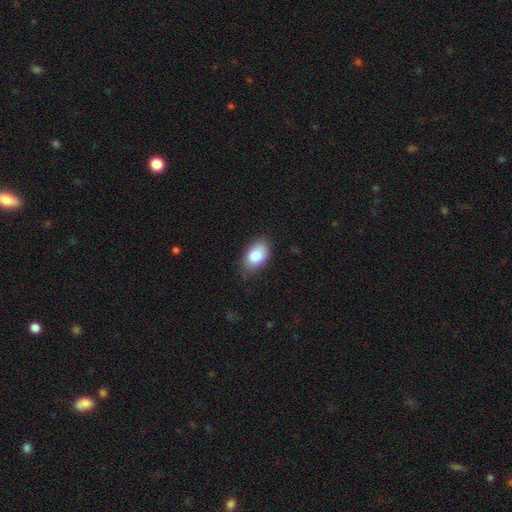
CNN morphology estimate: Smooth or featured? smooth (85%)
How rounded? in between (90%)
Merging? none (75%)